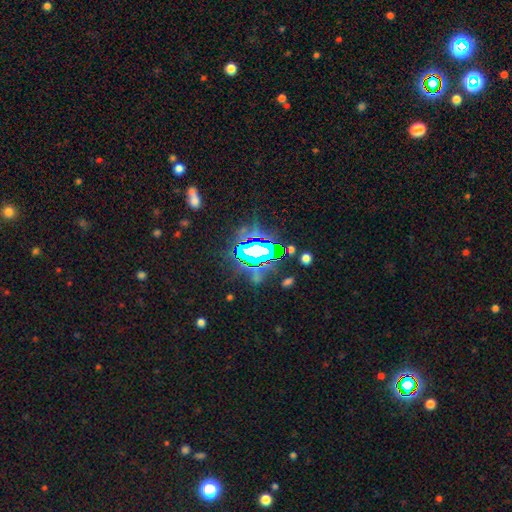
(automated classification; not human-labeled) A star or artifact, not a galaxy (73%).

Vote fractions:
- Smooth or featured? star or artifact: 73% / smooth: 15% / featured or disk: 13%